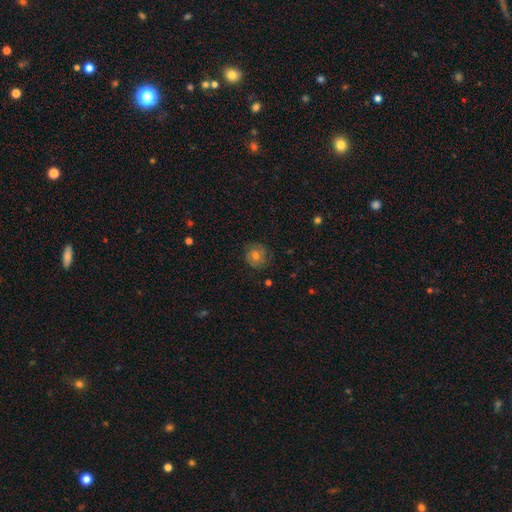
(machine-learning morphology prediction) A smooth galaxy with no disk features (48%).

Vote fractions:
- Smooth or featured? smooth: 48% / featured or disk: 35% / star or artifact: 17%
- Merging? none: 84% / minor disturbance: 11% / major disturbance: 4% / merger: 1%